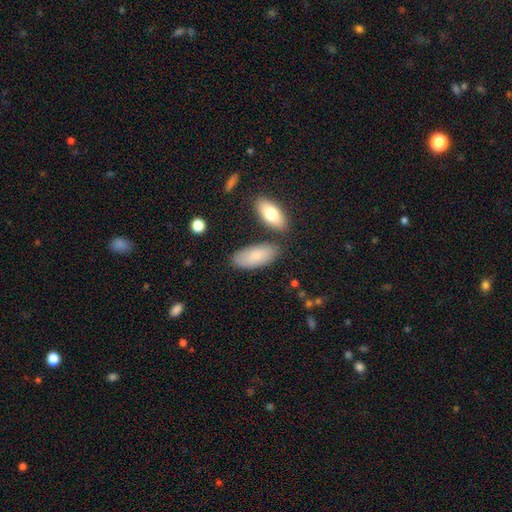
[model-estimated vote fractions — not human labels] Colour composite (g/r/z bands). It shows a smooth galaxy with no disk features (83%) that is in between round and cigar-shaped (90%). Merging: none (76%).